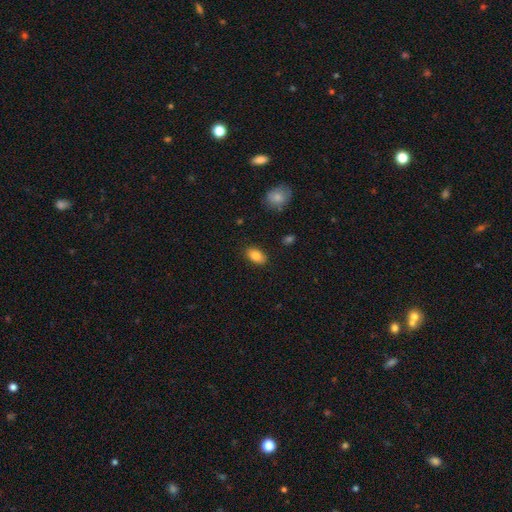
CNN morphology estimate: Overall: smooth (83%). How rounded: in between (88%). Merging: none (87%).